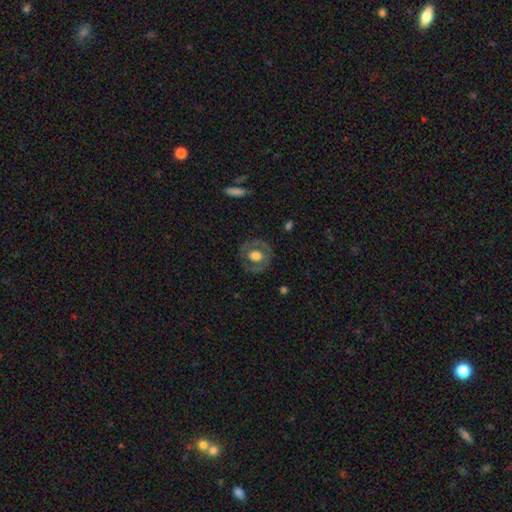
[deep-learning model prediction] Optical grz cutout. It shows a featured or disk galaxy (51%). Merging: none (78%).